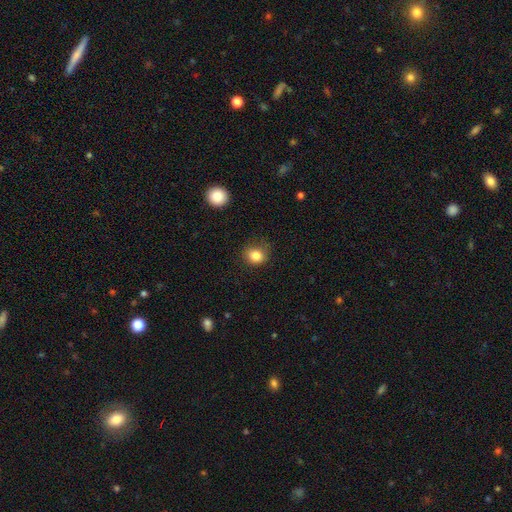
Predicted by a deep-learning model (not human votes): Q: Smooth or featured?
A: smooth (83%); runner-up: star or artifact (12%)
Q: How rounded?
A: round (76%); runner-up: in between (23%)
Q: Merging?
A: none (72%); runner-up: minor disturbance (20%)